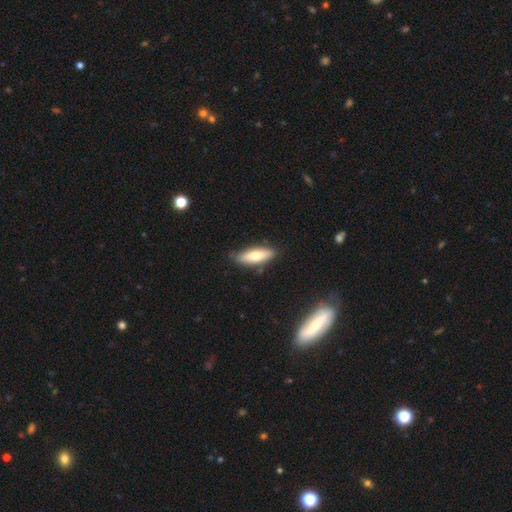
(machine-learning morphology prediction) smooth-or-featured: smooth: 69% | featured or disk: 25% | star or artifact: 6%
  how-rounded: in between: 53% | cigar-shaped: 45% | round: 2%
  merging: none: 81% | minor disturbance: 15% | major disturbance: 3% | merger: 2%